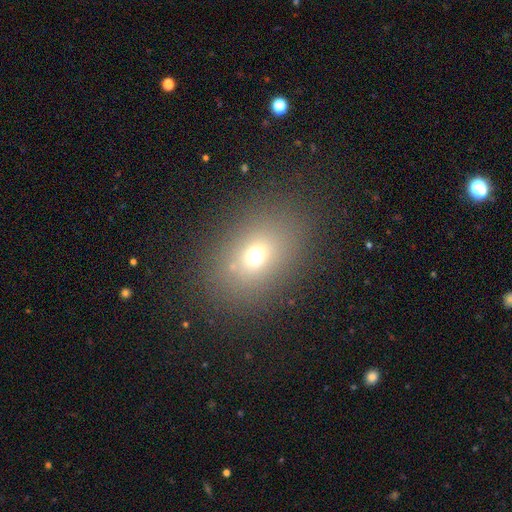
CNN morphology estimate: smooth 67%, star or artifact 21%, featured or disk 13%. Down the decision tree: how rounded — in between (57%); merging — none (81%).